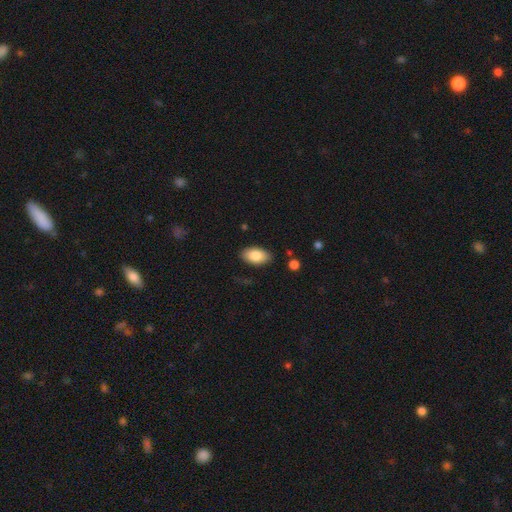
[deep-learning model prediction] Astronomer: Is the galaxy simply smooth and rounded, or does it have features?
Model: smooth — 84%.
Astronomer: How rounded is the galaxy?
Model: in between — 94%.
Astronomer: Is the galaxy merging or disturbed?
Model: none — 86%.